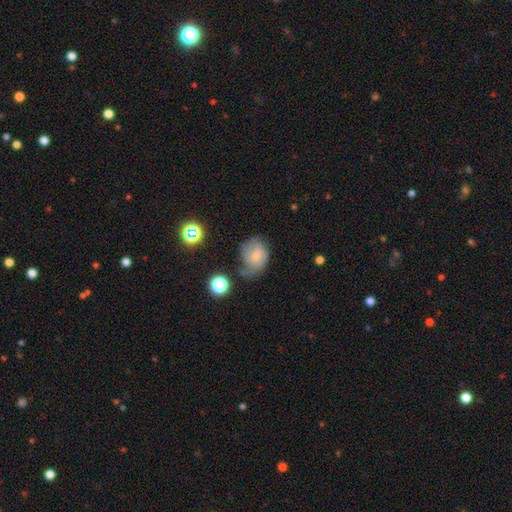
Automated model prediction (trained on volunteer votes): Smooth or featured: featured or disk — 53% (smooth — 36%)
Edge-on disk: no — 97% (yes — 3%)
Bar: no — 70% (weak — 26%)
Spiral arms: yes — 87% (no — 13%)
Bulge size: small — 50% (moderate — 36%)
Merging: none — 45% (minor disturbance — 30%)